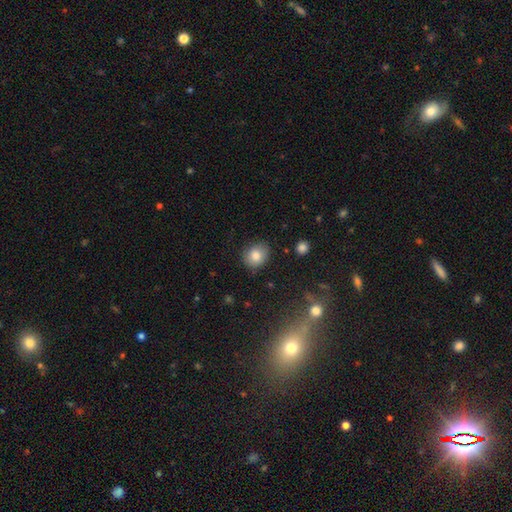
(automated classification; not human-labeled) smooth_or_featured: smooth (p=0.82) [alt: star or artifact p=0.10]
how_rounded: round (p=0.61) [alt: in between p=0.38]
merging: none (p=0.81) [alt: minor disturbance p=0.14]